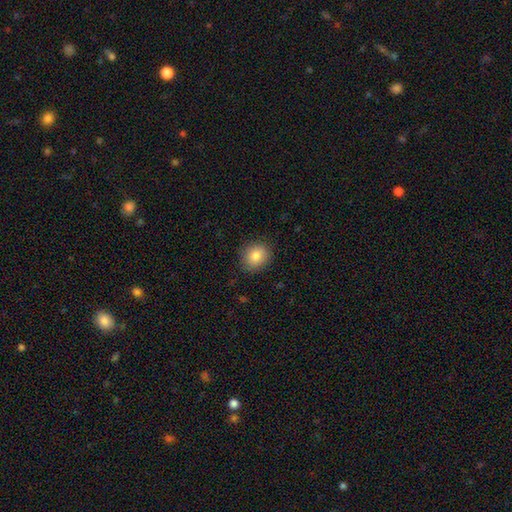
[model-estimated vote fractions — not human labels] Smooth or featured: smooth — 83% (star or artifact — 9%)
How rounded: round — 75% (in between — 24%)
Merging: none — 88% (minor disturbance — 9%)